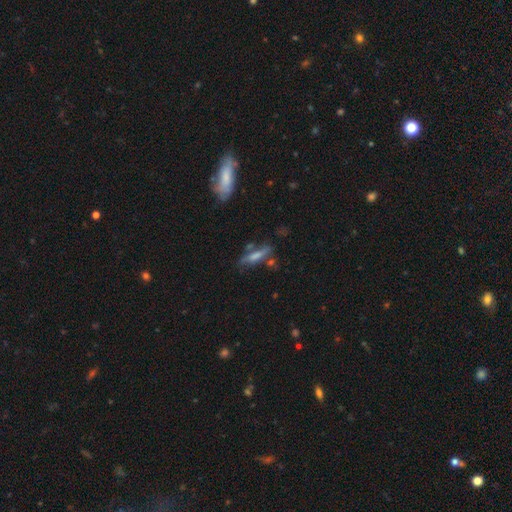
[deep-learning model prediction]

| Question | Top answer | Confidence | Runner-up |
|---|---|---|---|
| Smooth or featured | smooth | 54% | featured or disk (36%) |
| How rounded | cigar-shaped | 73% | in between (25%) |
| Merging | none | 57% | minor disturbance (22%) |